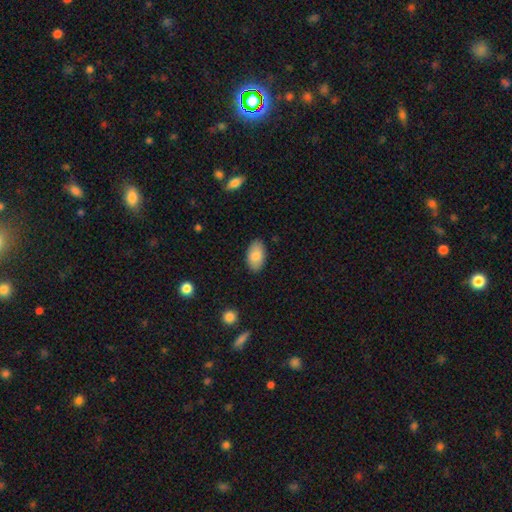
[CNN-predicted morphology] Smooth or featured?
  - smooth: 84% *
  - featured or disk: 9%
  - star or artifact: 6%
How rounded?
  - in between: 94% *
  - round: 5%
  - cigar-shaped: 1%
Merging?
  - none: 86% *
  - minor disturbance: 10%
  - major disturbance: 2%
  - merger: 1%